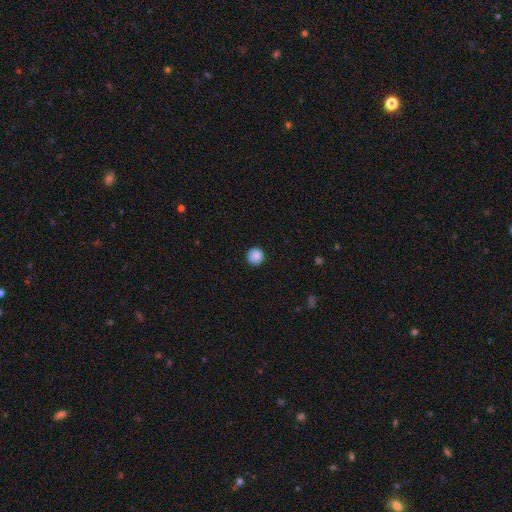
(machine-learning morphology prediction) type=smooth (87%); roundness=round (96%); merging=none (91%).